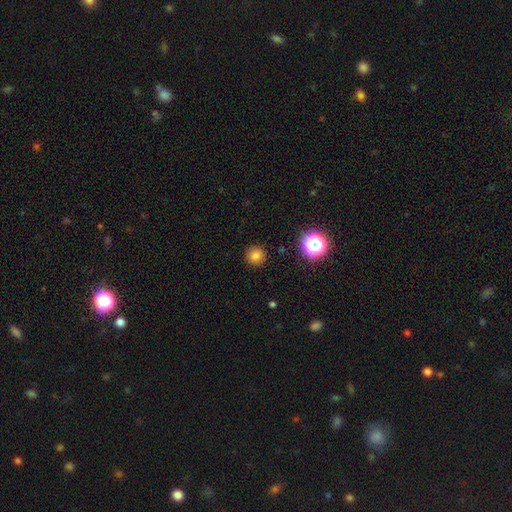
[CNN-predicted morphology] Q: Smooth or featured?
A: smooth (77%); runner-up: star or artifact (16%)
Q: How rounded?
A: round (95%); runner-up: in between (4%)
Q: Merging?
A: none (91%); runner-up: minor disturbance (6%)